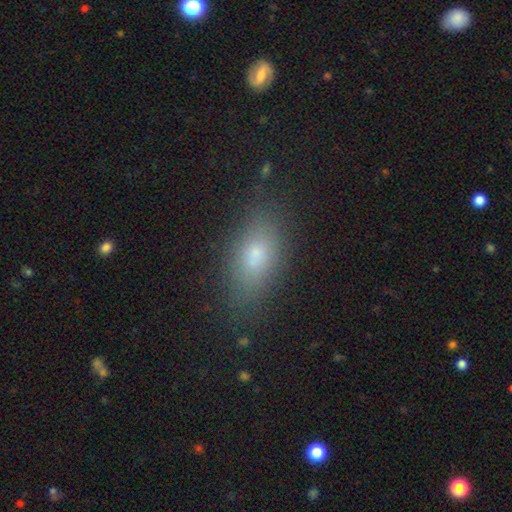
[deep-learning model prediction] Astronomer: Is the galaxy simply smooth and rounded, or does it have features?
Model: smooth — 75%.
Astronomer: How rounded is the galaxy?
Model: in between — 82%.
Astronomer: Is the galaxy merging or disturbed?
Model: none — 81%.